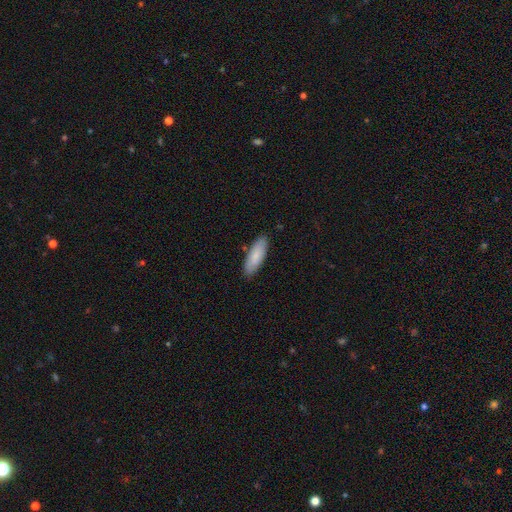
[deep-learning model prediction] This is likely a smooth galaxy (80%). How rounded: likely in between (65%). Merging: clearly none (85%).